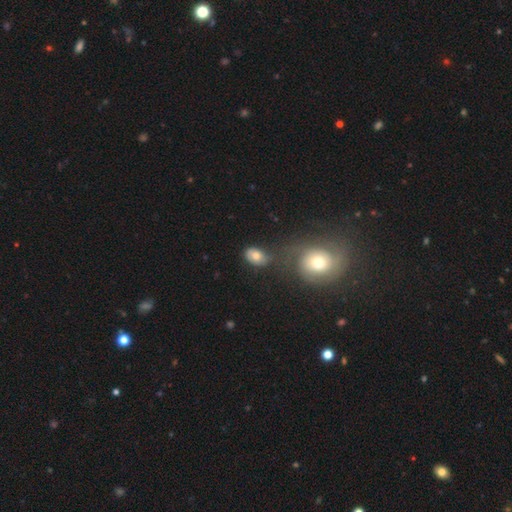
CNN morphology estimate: A smooth galaxy with no disk features (74%) that is in between round and cigar-shaped (74%). Merging: none (56%).